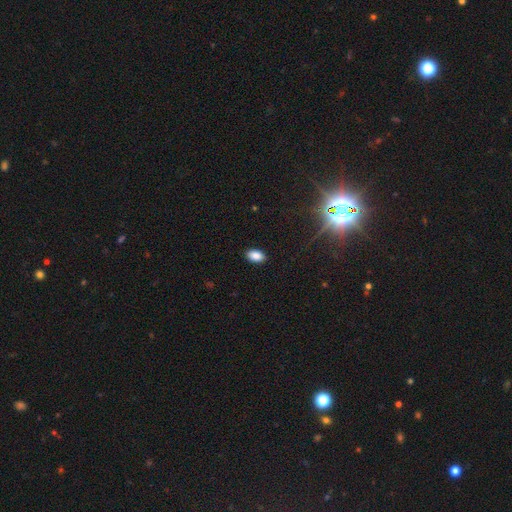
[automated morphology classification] Smooth or featured: smooth — 87% (star or artifact — 9%)
How rounded: in between — 92% (round — 7%)
Merging: none — 89% (minor disturbance — 8%)